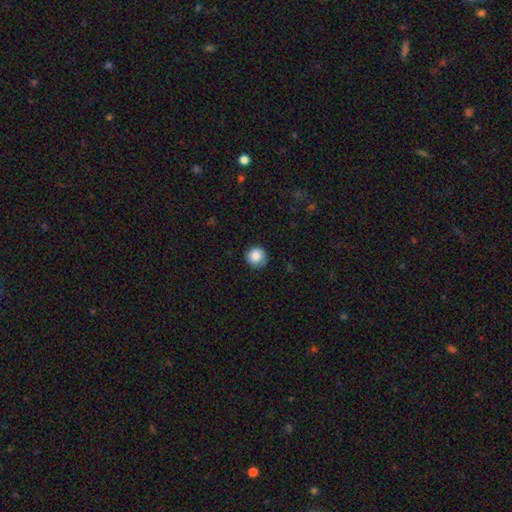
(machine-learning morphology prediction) A smooth galaxy with no disk features (86%) that is round (94%). Merging: none (83%).